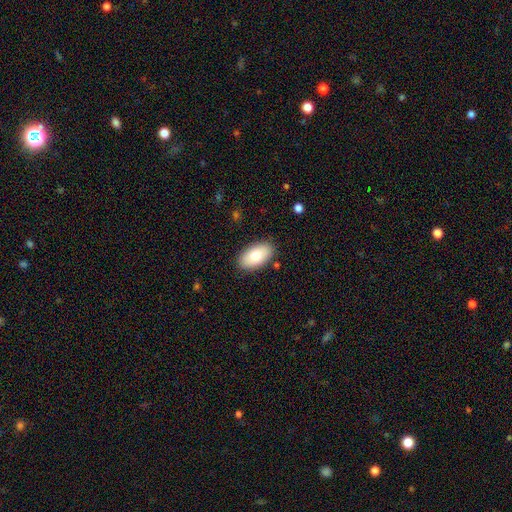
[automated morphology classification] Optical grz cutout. It shows a smooth galaxy with no disk features (75%) that is in between round and cigar-shaped (95%). Merging: none (87%).